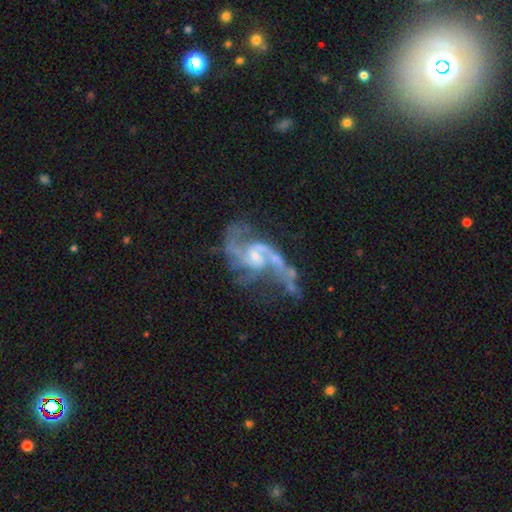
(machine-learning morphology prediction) Smooth or featured?
  - featured or disk: 86% *
  - star or artifact: 9%
  - smooth: 5%
Edge-on disk?
  - no: 97% *
  - yes: 3%
Bar?
  - weak: 45% *
  - no: 43%
  - strong: 12%
Spiral arms?
  - yes: 94% *
  - no: 6%
Spiral winding?
  - loose: 56% *
  - medium: 35%
  - tight: 9%
Spiral arm count?
  - 2: 71% *
  - 3: 9%
  - can't tell: 9%
  - 1: 5%
  - 4: 3%
  - more than 4: 3%
Bulge size?
  - small: 51% *
  - moderate: 32%
  - none: 12%
  - large: 3%
  - dominant: 1%
Merging?
  - none: 42% *
  - major disturbance: 30%
  - minor disturbance: 18%
  - merger: 10%